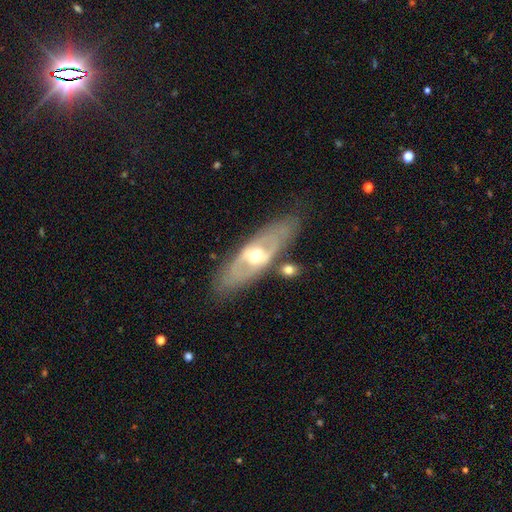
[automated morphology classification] featured or disk 72%, smooth 23%, star or artifact 5%. Down the decision tree: edge-on disk — no (76%); bar — no (43%); spiral arms — no (63%); bulge size — moderate (71%); merging — none (77%).